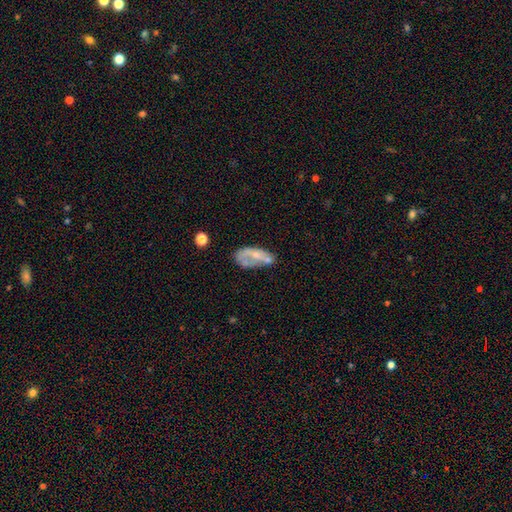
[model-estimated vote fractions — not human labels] The model was most divided on "merging": none: 32%, major disturbance: 28%, minor disturbance: 25%, merger: 16%. Remaining: smooth or featured — featured or disk (47%).